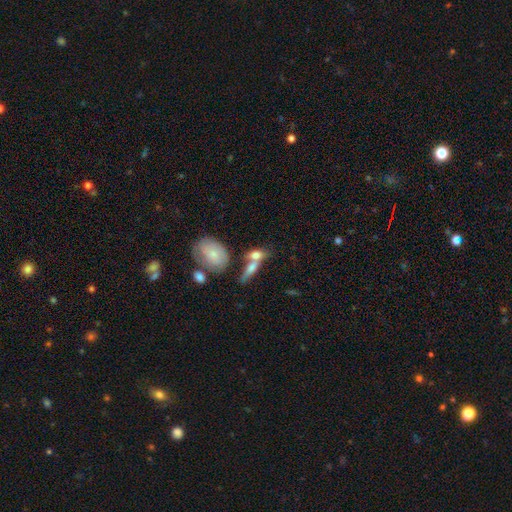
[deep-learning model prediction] Smooth or featured?
  - smooth: 66% *
  - featured or disk: 24%
  - star or artifact: 9%
How rounded?
  - in between: 66% *
  - cigar-shaped: 22%
  - round: 12%
Merging?
  - merger: 47% *
  - none: 37%
  - minor disturbance: 11%
  - major disturbance: 6%